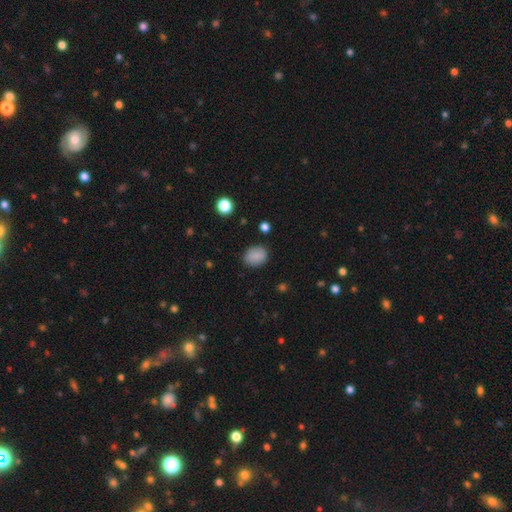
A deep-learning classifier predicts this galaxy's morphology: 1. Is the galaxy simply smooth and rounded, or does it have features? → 86% smooth, 9% star or artifact, 6% featured or disk.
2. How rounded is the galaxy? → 54% in between, 45% round, 1% cigar-shaped.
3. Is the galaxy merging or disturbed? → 84% none, 11% minor disturbance, 3% major disturbance, 1% merger.